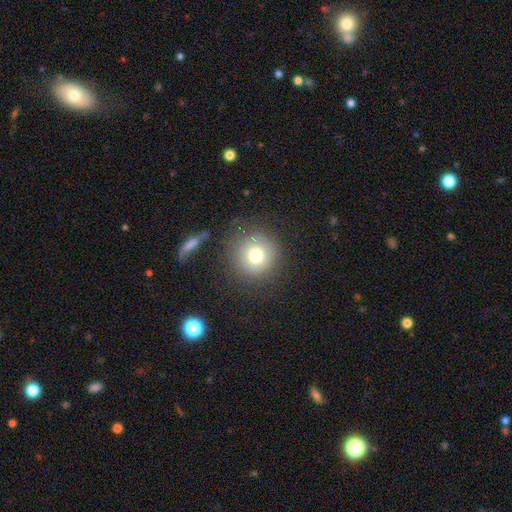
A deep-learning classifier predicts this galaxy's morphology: Smooth or featured?
  - smooth: 73% *
  - featured or disk: 15%
  - star or artifact: 11%
How rounded?
  - round: 93% *
  - in between: 6%
  - cigar-shaped: 1%
Merging?
  - none: 80% *
  - minor disturbance: 11%
  - major disturbance: 6%
  - merger: 3%